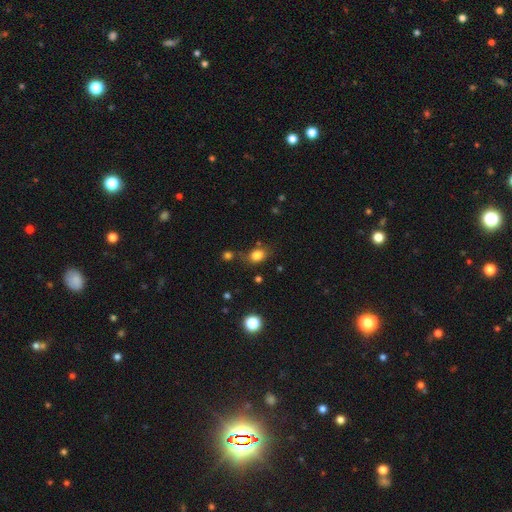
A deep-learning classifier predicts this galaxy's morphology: Smooth or featured? Predicted: smooth (p=0.81). How rounded? Predicted: in between (p=0.61). Merging? Predicted: none (p=0.67).